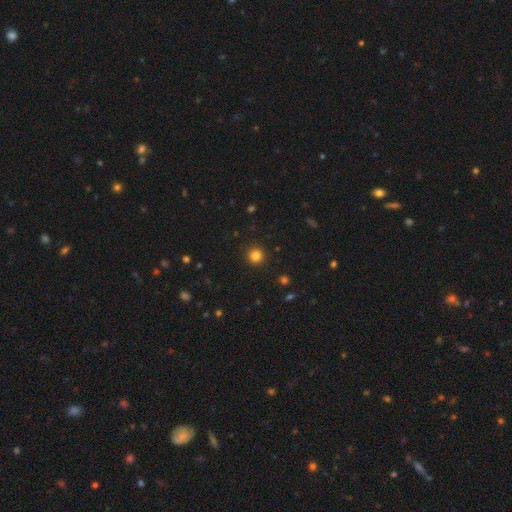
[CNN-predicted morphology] Smooth or featured? smooth (83%)
How rounded? round (95%)
Merging? none (92%)